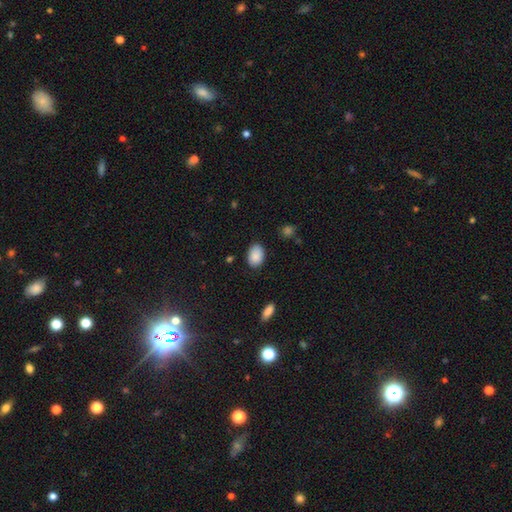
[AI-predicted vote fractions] Overall: smooth (89%). How rounded: in between (82%). Merging: none (83%).